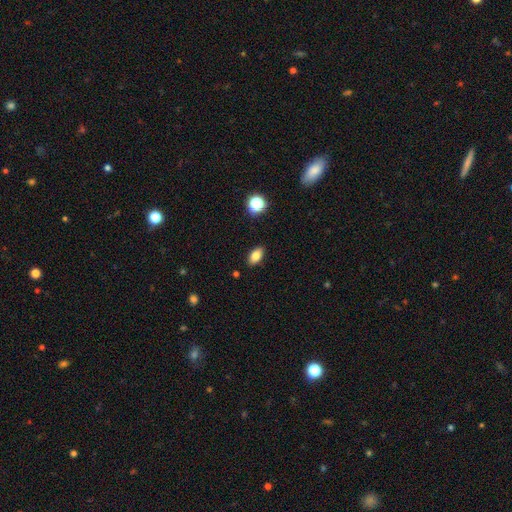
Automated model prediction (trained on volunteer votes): Overall: smooth (81%). How rounded: in between (89%). Merging: none (88%).